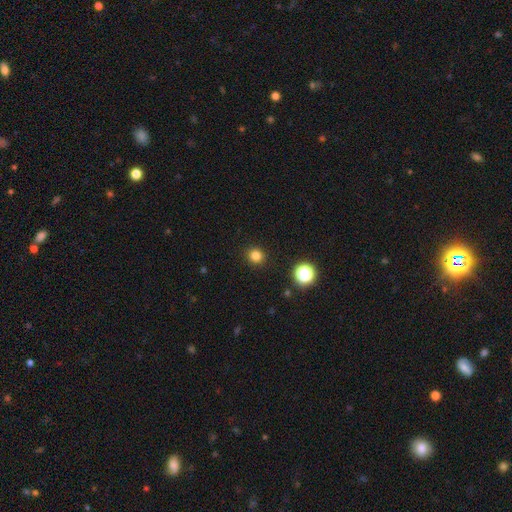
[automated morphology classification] Smooth or featured? Predicted: smooth (p=0.81). How rounded? Predicted: round (p=0.91). Merging? Predicted: none (p=0.92).